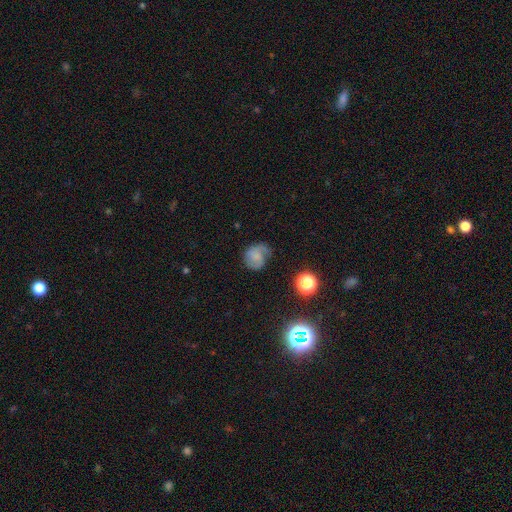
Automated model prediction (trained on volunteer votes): The model was most divided on "smooth or featured": smooth: 47%, featured or disk: 42%, star or artifact: 12%. Remaining: merging — none (47%).